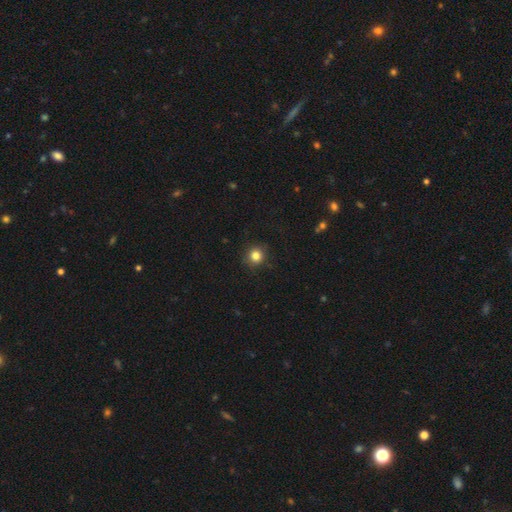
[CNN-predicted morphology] type=smooth (83%); roundness=round (93%); merging=none (90%).